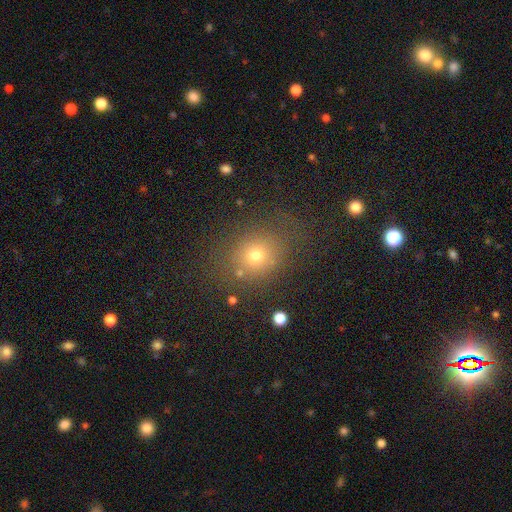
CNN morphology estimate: smooth-or-featured: smooth: 71% | star or artifact: 19% | featured or disk: 10%
  how-rounded: round: 68% | in between: 31% | cigar-shaped: 1%
  merging: none: 77% | minor disturbance: 13% | major disturbance: 7% | merger: 4%